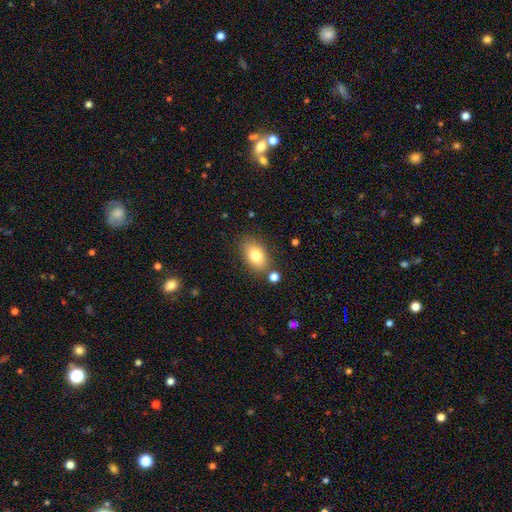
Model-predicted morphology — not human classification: smooth 80%, featured or disk 11%, star or artifact 8%. Down the decision tree: how rounded — in between (88%); merging — none (78%).